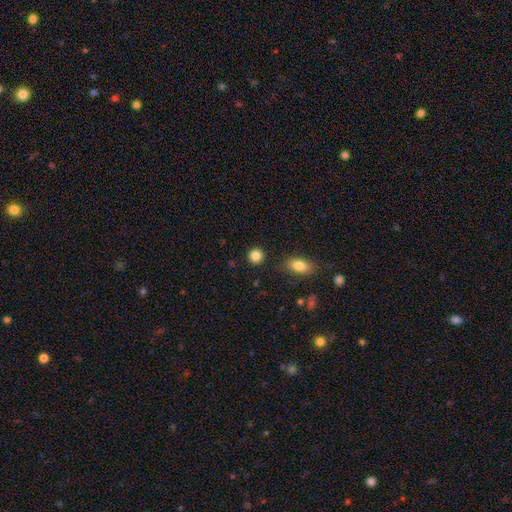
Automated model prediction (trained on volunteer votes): smooth-or-featured: smooth: 85% | star or artifact: 10% | featured or disk: 5%
  how-rounded: round: 91% | in between: 8% | cigar-shaped: 1%
  merging: none: 89% | minor disturbance: 6% | merger: 3% | major disturbance: 2%